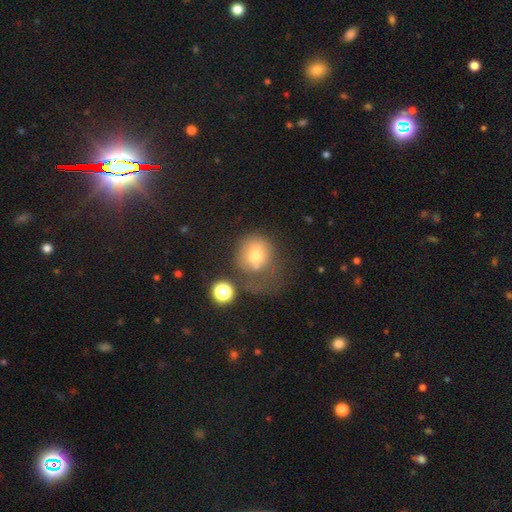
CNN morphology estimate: The model was most divided on "merging": major disturbance: 32%, none: 30%, minor disturbance: 21%, merger: 17%. More confident: how rounded — round (78%); smooth or featured — smooth (68%).